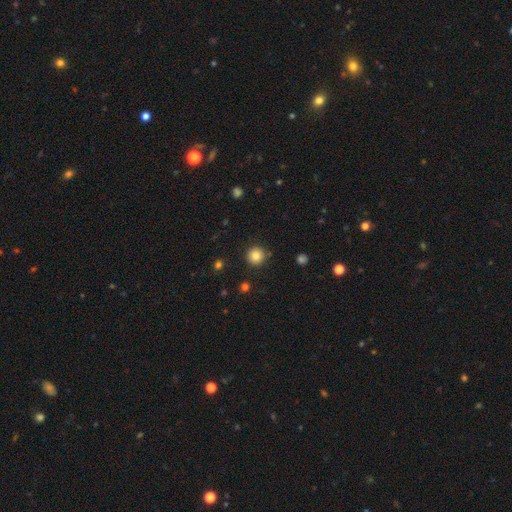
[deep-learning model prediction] A smooth galaxy with no disk features (84%) that is round (95%). Merging: none (90%).